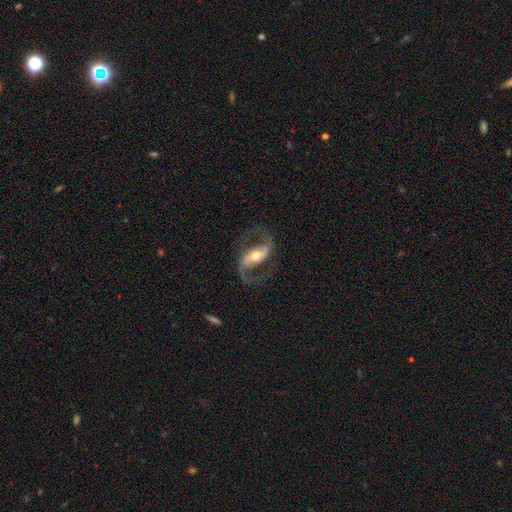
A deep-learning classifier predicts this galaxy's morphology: This appears to be a featured or disk galaxy (91%) with a strong bar (47%), 2 (94%) medium (47%) spiral arms (97%) and a moderate central bulge (68%). Merging: none (80%).